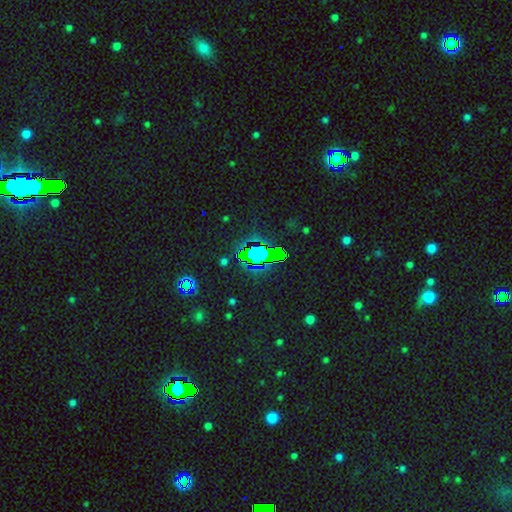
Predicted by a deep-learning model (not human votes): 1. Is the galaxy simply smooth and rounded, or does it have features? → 74% star or artifact, 17% smooth, 10% featured or disk.